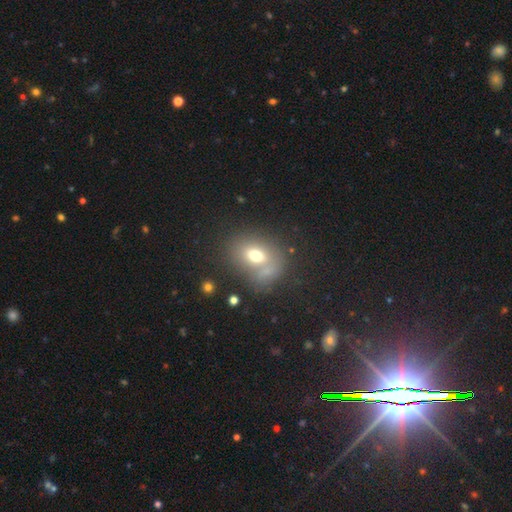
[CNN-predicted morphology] Smooth or featured? smooth (68%)
How rounded? in between (65%)
Merging? none (54%)